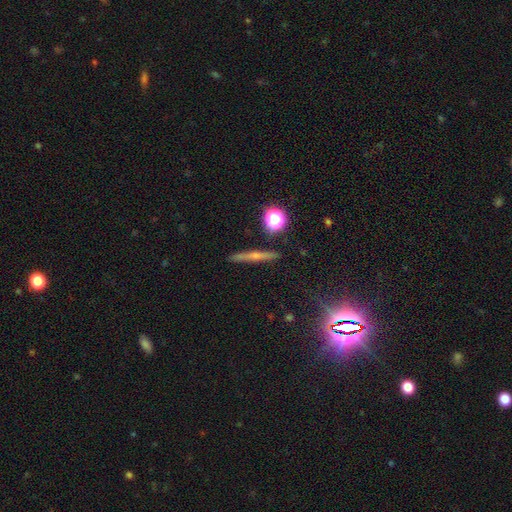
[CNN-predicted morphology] Smooth or featured? Predicted: featured or disk (p=0.55). Edge-on disk? Predicted: yes (p=0.96). Edge-on bulge? Predicted: rounded (p=0.66). Merging? Predicted: none (p=0.90).